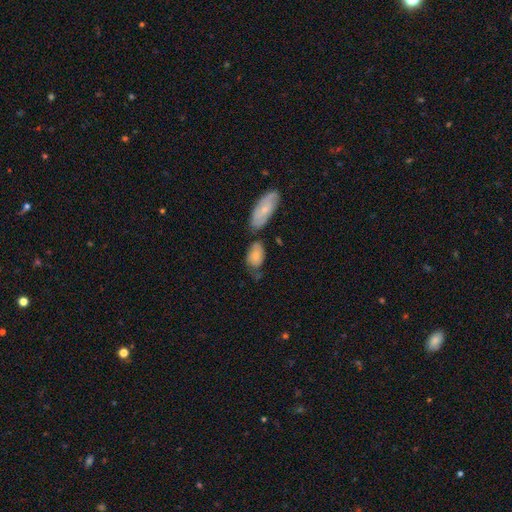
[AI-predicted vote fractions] smooth_or_featured: smooth (p=0.70) [alt: featured or disk p=0.23]
how_rounded: in between (p=0.88) [alt: round p=0.08]
merging: none (p=0.39) [alt: minor disturbance p=0.27]